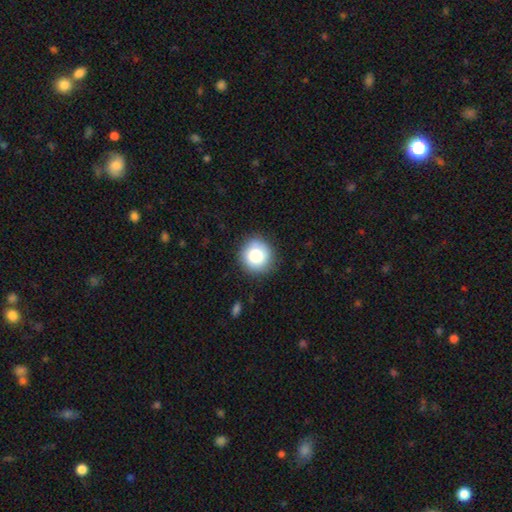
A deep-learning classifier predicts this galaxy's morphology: A smooth galaxy with no disk features (80%) that is round (91%).

Vote fractions:
- Smooth or featured? smooth: 80% / featured or disk: 11% / star or artifact: 9%
- How rounded? round: 91% / in between: 8% / cigar-shaped: 1%
- Merging? none: 85% / minor disturbance: 11% / major disturbance: 3% / merger: 1%